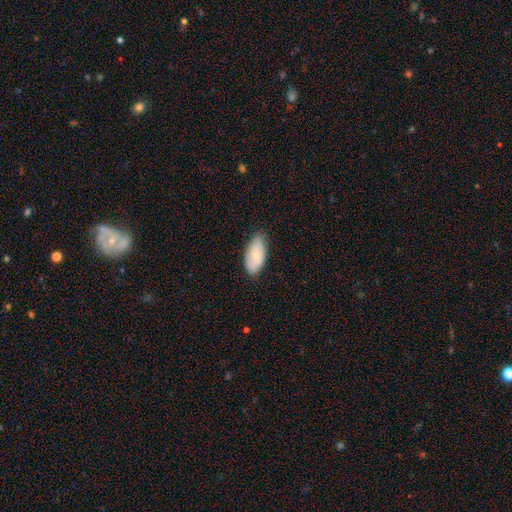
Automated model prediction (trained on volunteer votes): Morphology: type=smooth (76%); roundness=in between (92%); merging=none (79%).